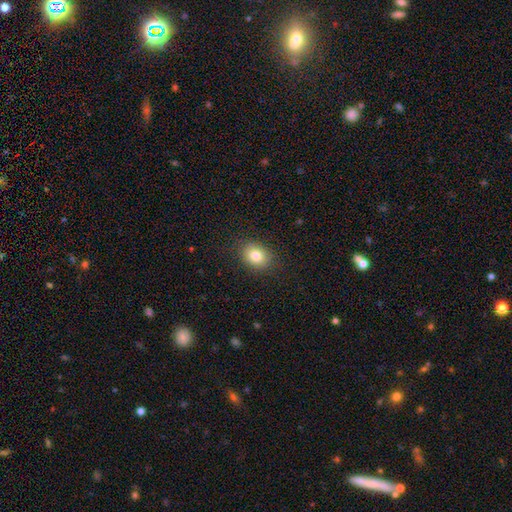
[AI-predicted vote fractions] Q: Smooth or featured?
A: smooth (81%); runner-up: star or artifact (10%)
Q: How rounded?
A: in between (57%); runner-up: round (42%)
Q: Merging?
A: none (87%); runner-up: minor disturbance (9%)